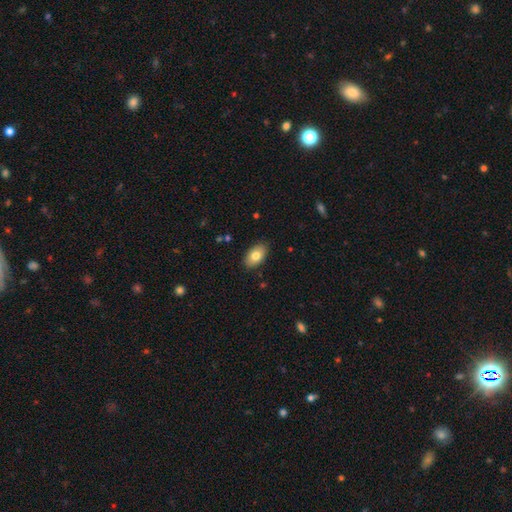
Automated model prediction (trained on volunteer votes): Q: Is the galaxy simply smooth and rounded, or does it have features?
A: smooth — 79%.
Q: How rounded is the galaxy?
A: in between — 92%.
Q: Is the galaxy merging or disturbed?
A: none — 87%.